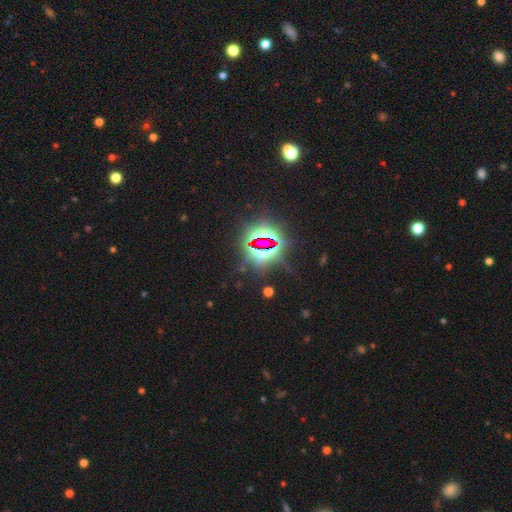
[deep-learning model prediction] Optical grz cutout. It shows a star or artifact, not a galaxy (82%).